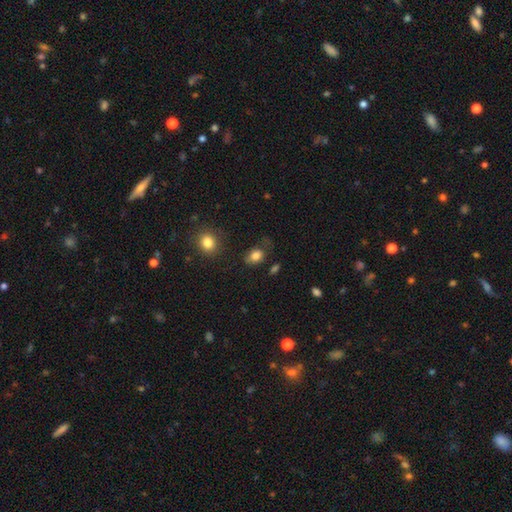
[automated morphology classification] A smooth galaxy with no disk features (82%) that is in between round and cigar-shaped (71%).

Vote fractions:
- Smooth or featured? smooth: 82% / star or artifact: 10% / featured or disk: 8%
- How rounded? in between: 71% / round: 28% / cigar-shaped: 1%
- Merging? none: 62% / minor disturbance: 25% / major disturbance: 10% / merger: 3%